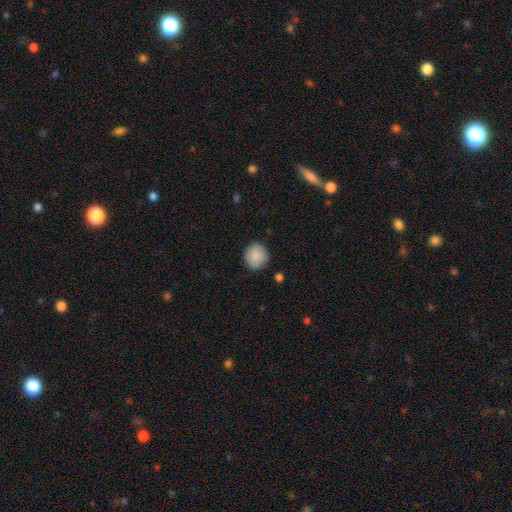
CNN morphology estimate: Smooth or featured?
  - smooth: 89% *
  - star or artifact: 7%
  - featured or disk: 4%
How rounded?
  - round: 85% *
  - in between: 14%
  - cigar-shaped: 1%
Merging?
  - none: 87% *
  - minor disturbance: 9%
  - major disturbance: 2%
  - merger: 1%